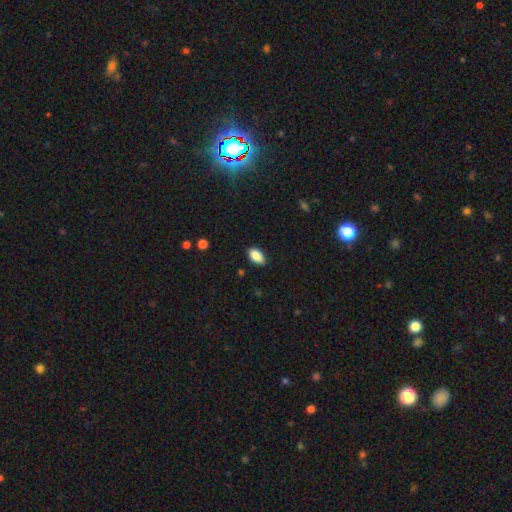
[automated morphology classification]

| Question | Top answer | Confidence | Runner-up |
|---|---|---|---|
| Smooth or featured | smooth | 87% | star or artifact (7%) |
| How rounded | in between | 92% | round (4%) |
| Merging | none | 86% | minor disturbance (11%) |